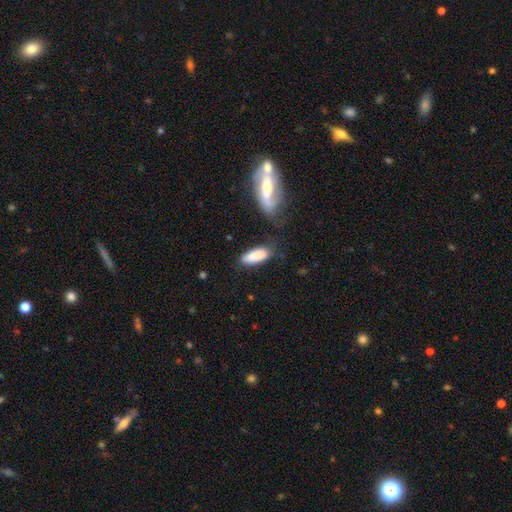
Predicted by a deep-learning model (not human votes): smooth_or_featured: smooth (p=0.85) [alt: featured or disk p=0.09]
how_rounded: in between (p=0.70) [alt: cigar-shaped p=0.28]
merging: none (p=0.63) [alt: minor disturbance p=0.20]